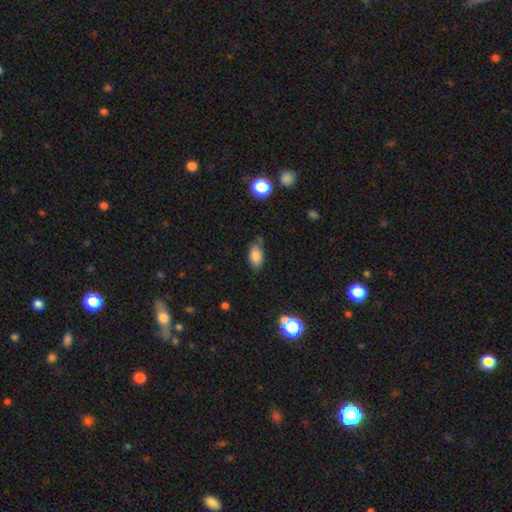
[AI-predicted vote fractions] A smooth galaxy with no disk features (82%) that is in between round and cigar-shaped (91%). Merging: none (68%).